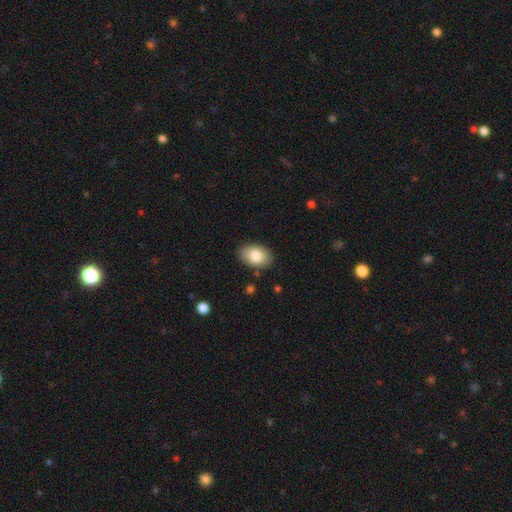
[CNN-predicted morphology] Smooth or featured?
  - smooth: 82% *
  - featured or disk: 11%
  - star or artifact: 7%
How rounded?
  - in between: 88% *
  - round: 11%
  - cigar-shaped: 1%
Merging?
  - none: 86% *
  - minor disturbance: 10%
  - major disturbance: 2%
  - merger: 1%